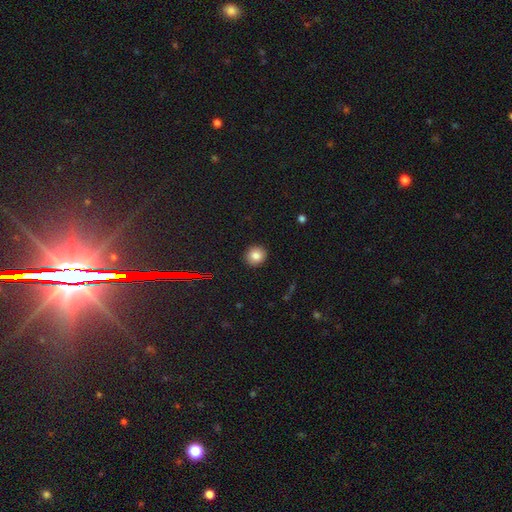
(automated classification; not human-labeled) Smooth or featured: smooth — 82% (star or artifact — 12%)
How rounded: round — 89% (in between — 10%)
Merging: none — 91% (minor disturbance — 6%)